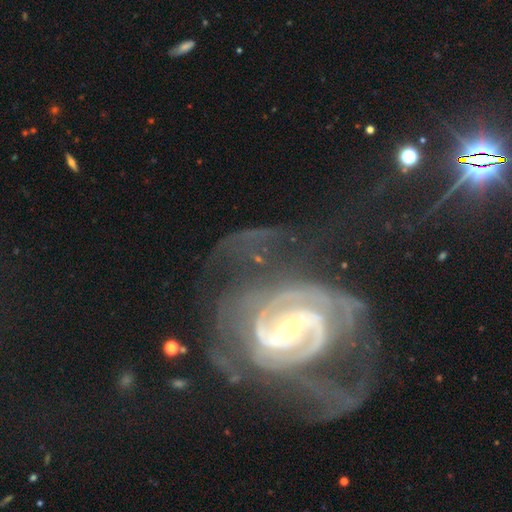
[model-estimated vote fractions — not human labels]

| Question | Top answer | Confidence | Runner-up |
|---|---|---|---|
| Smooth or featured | featured or disk | 91% | star or artifact (6%) |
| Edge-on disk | no | 98% | yes (2%) |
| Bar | weak | 41% | no (32%) |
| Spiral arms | yes | 98% | no (2%) |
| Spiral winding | tight | 53% | medium (38%) |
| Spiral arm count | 2 | 63% | can't tell (12%) |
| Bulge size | small | 70% | moderate (26%) |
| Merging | none | 40% | major disturbance (31%) |